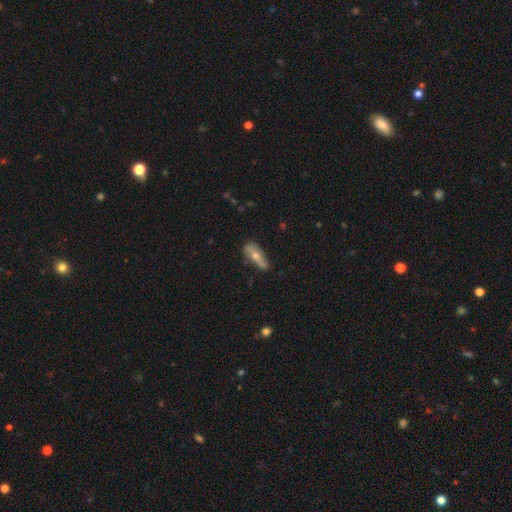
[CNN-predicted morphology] A featured or disk galaxy (52%) viewed edge-on (52%).

Vote fractions:
- Smooth or featured? featured or disk: 52% / smooth: 40% / star or artifact: 8%
- Edge-on disk? yes: 52% / no: 48%
- Merging? none: 69% / minor disturbance: 23% / major disturbance: 6% / merger: 3%